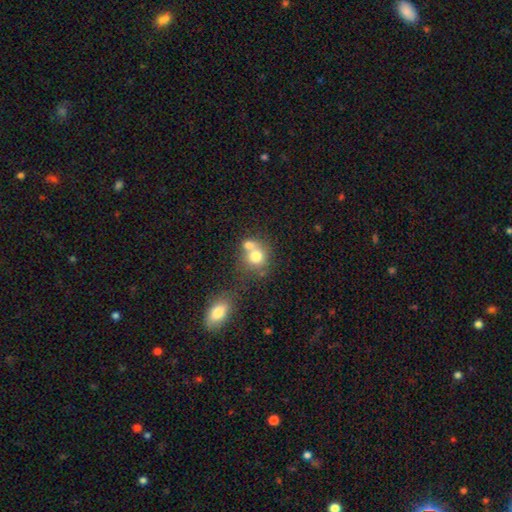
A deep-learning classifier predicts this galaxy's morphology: type=smooth (74%); roundness=round (77%); merging=merger (52%).